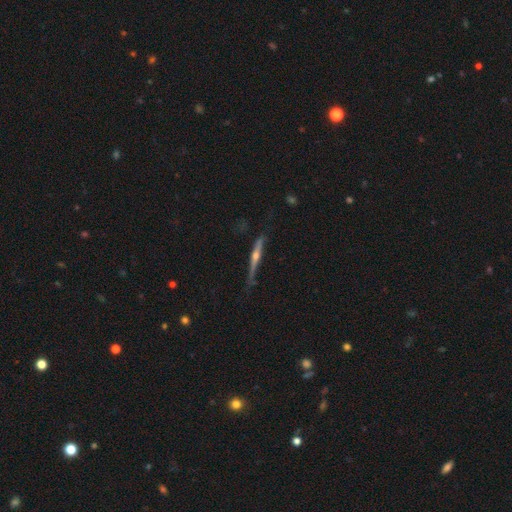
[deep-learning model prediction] smooth_or_featured: featured or disk (p=0.78) [alt: smooth p=0.16]
disk_edge_on: yes (p=0.97) [alt: no p=0.03]
edge_on_bulge: rounded (p=0.90) [alt: none p=0.07]
merging: none (p=0.75) [alt: minor disturbance p=0.19]